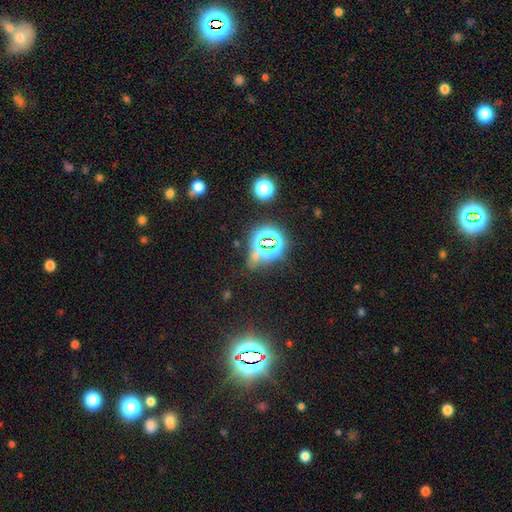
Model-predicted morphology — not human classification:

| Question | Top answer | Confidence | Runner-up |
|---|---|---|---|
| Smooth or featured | star or artifact | 80% | smooth (13%) |